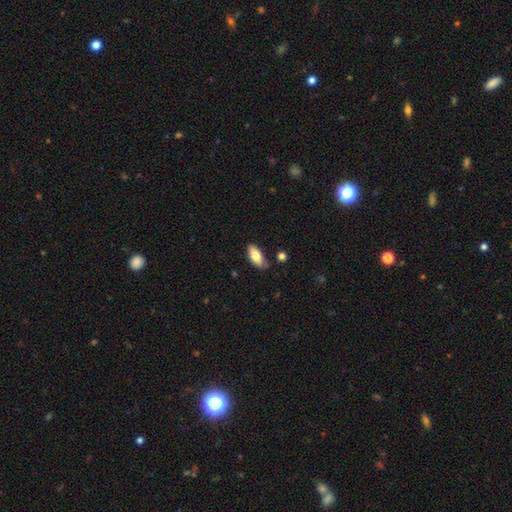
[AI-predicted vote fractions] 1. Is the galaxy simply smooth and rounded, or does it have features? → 76% smooth, 18% featured or disk, 6% star or artifact.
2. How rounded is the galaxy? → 89% in between, 9% cigar-shaped, 2% round.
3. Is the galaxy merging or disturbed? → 72% none, 19% minor disturbance, 5% merger, 4% major disturbance.